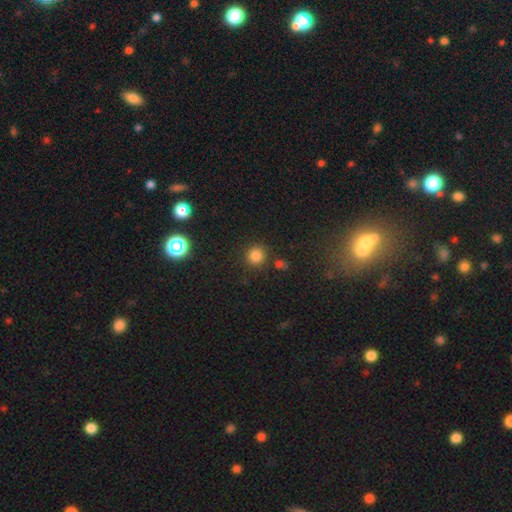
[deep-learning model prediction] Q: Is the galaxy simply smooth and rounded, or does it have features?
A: smooth — 81%.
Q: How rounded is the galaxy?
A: round — 91%.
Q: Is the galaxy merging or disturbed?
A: none — 84%.